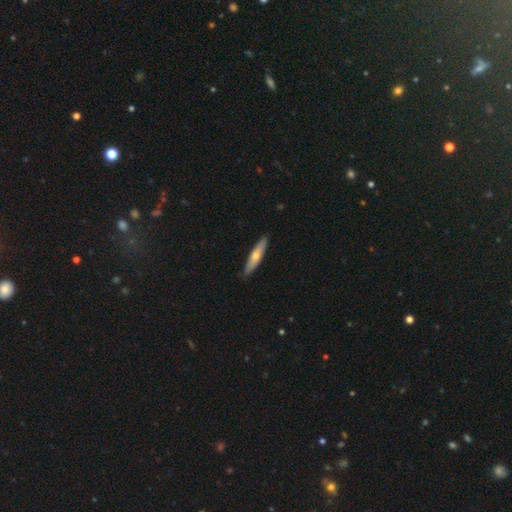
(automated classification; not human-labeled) Smooth or featured: smooth — 56% (featured or disk — 39%)
How rounded: cigar-shaped — 80% (in between — 18%)
Merging: none — 88% (minor disturbance — 9%)